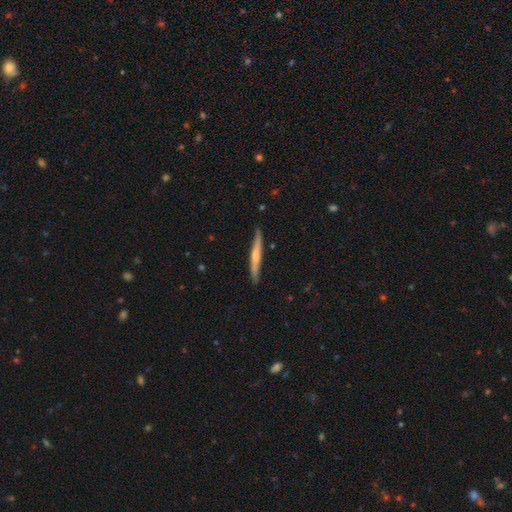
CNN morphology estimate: Smooth or featured: smooth — 52% (featured or disk — 43%)
How rounded: cigar-shaped — 96% (in between — 3%)
Merging: none — 88% (minor disturbance — 9%)